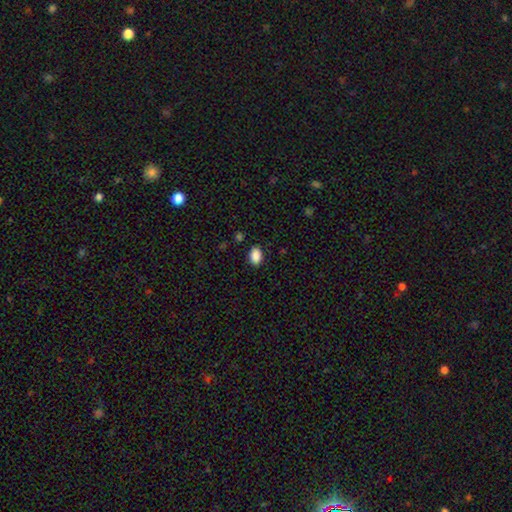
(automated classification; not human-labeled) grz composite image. It shows a smooth galaxy with no disk features (89%) that is in between round and cigar-shaped (85%). Merging: none (87%).